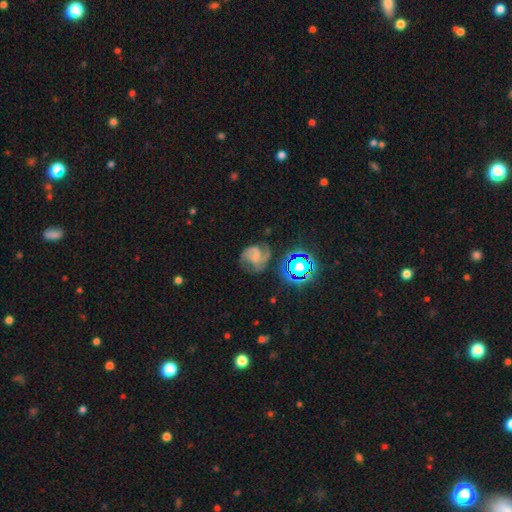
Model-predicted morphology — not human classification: featured or disk 70%, smooth 17%, star or artifact 13%. Down the decision tree: edge-on disk — no (98%); bar — no (50%); spiral arms — yes (92%); spiral arm count — 2 (57%); spiral winding — medium (48%); bulge size — none (55%); merging — none (54%).